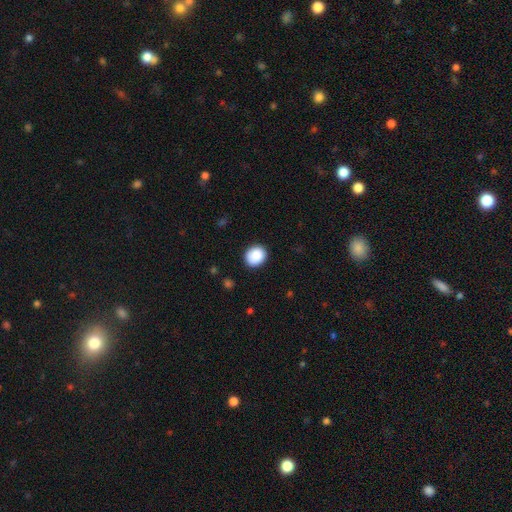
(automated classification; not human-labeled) Overall: smooth (89%). How rounded: round (71%). Merging: none (88%).